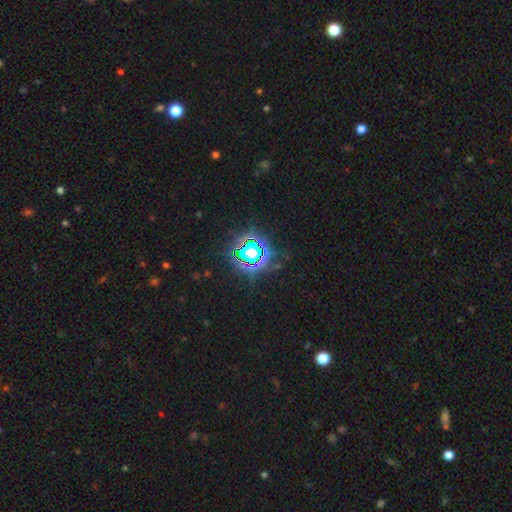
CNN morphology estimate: type=star or artifact (73%).